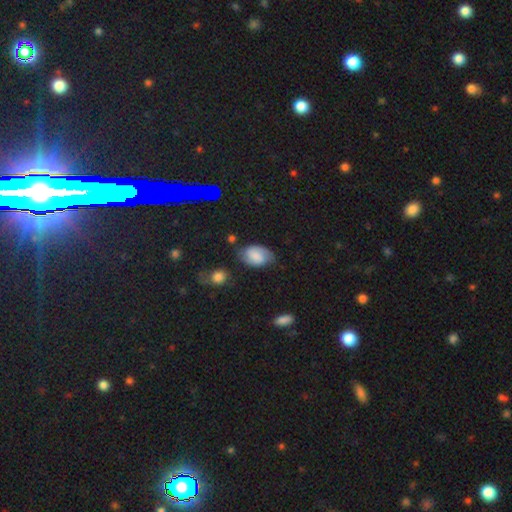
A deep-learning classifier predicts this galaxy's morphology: Q: Smooth or featured?
A: smooth (58%); runner-up: featured or disk (32%)
Q: How rounded?
A: in between (87%); runner-up: round (11%)
Q: Merging?
A: none (68%); runner-up: minor disturbance (22%)